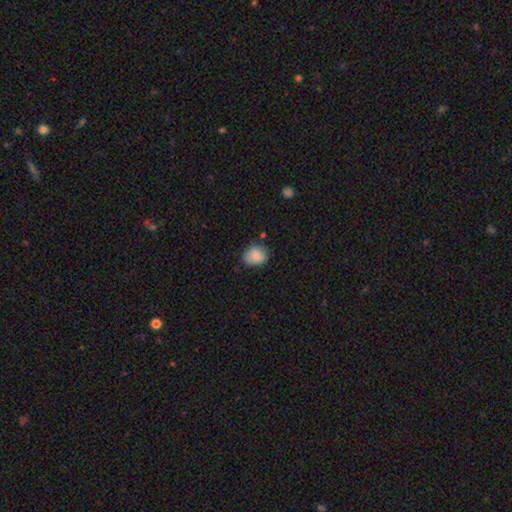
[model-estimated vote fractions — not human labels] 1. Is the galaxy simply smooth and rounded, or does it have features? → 85% smooth, 8% star or artifact, 7% featured or disk.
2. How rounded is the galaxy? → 53% round, 46% in between, 1% cigar-shaped.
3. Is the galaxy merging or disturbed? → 74% none, 20% minor disturbance, 4% major disturbance, 2% merger.